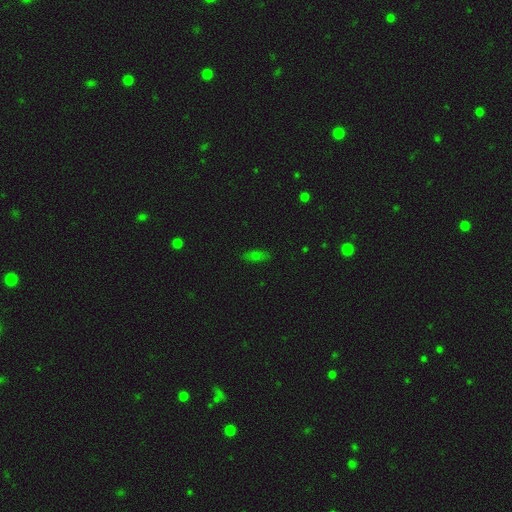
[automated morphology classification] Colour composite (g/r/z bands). It shows a smooth galaxy with no disk features (65%) that is in between round and cigar-shaped (71%). Merging: none (85%).